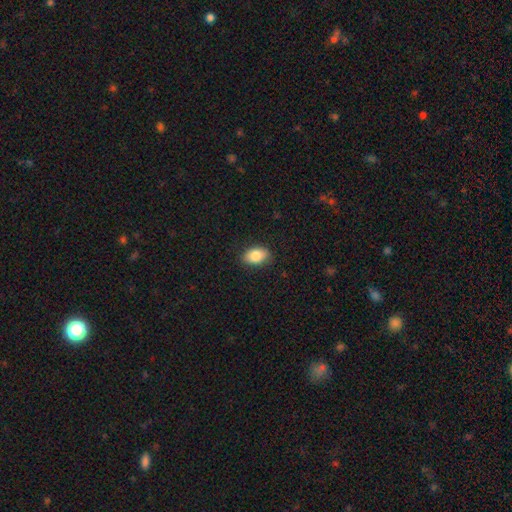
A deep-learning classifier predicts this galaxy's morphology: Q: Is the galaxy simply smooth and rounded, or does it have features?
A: smooth — 85%.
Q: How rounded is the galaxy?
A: in between — 86%.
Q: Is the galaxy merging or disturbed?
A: none — 85%.